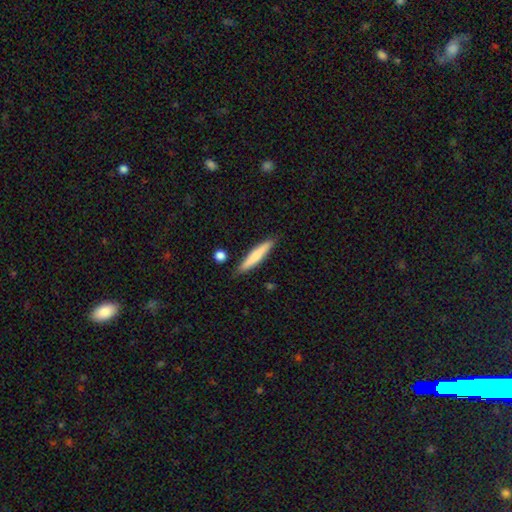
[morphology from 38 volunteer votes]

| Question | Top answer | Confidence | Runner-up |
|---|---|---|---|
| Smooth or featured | smooth | 68% | featured or disk (29%) |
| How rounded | cigar-shaped | 92% | round (4%) |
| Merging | none | 62% | minor disturbance (24%) |